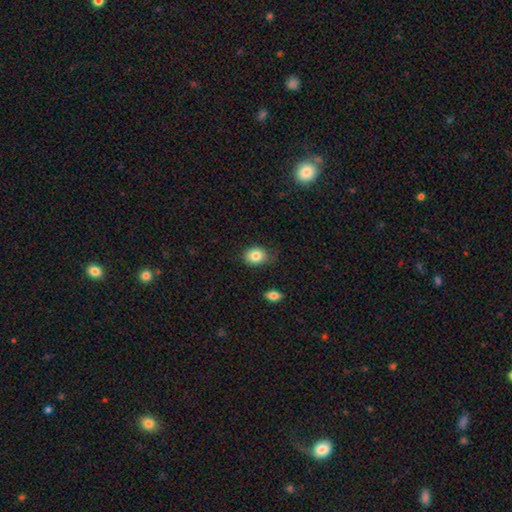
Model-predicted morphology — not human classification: This is clearly a smooth galaxy (83%). How rounded: possibly in between (51%). Merging: likely none (74%).